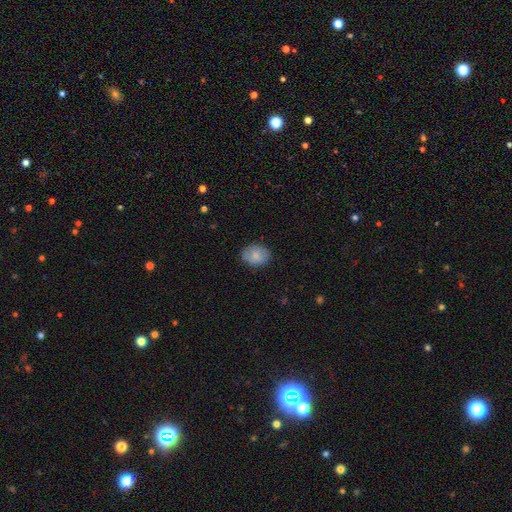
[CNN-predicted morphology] Smooth or featured? Predicted: smooth (p=0.80). How rounded? Predicted: in between (p=0.65). Merging? Predicted: none (p=0.84).